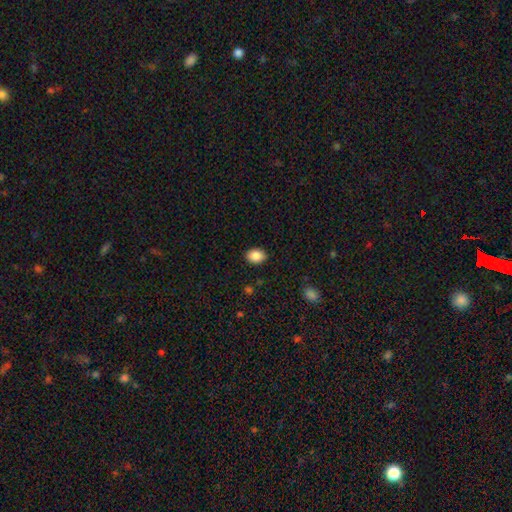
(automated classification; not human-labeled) Overall: smooth (88%). How rounded: in between (70%). Merging: none (88%).